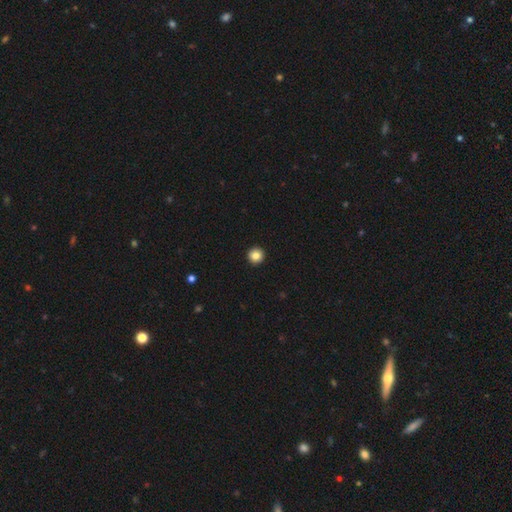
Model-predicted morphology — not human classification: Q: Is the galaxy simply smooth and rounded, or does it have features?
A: smooth — 84%.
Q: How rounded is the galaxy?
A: round — 96%.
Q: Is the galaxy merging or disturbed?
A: none — 94%.